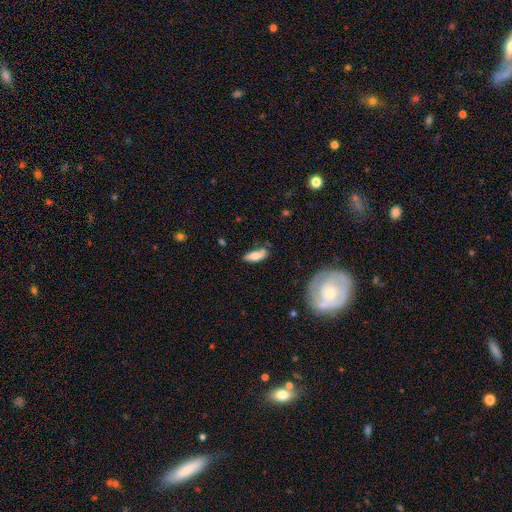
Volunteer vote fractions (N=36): smooth 72%, featured or disk 25%, star or artifact 3%. Down the decision tree: how rounded — in between (65%); merging — none (63%).